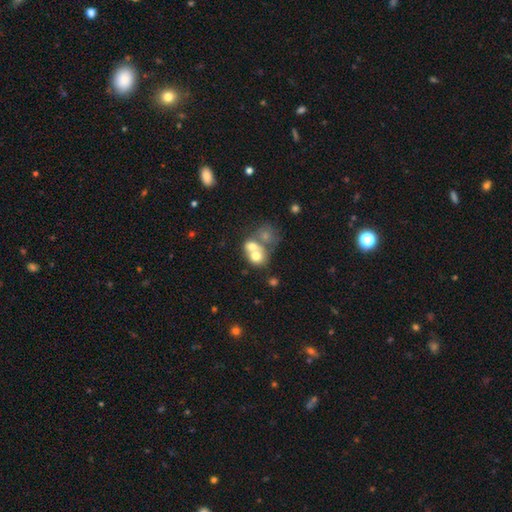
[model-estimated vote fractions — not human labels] Smooth or featured? Predicted: smooth (p=0.63). How rounded? Predicted: round (p=0.61). Merging? Predicted: merger (p=0.67).